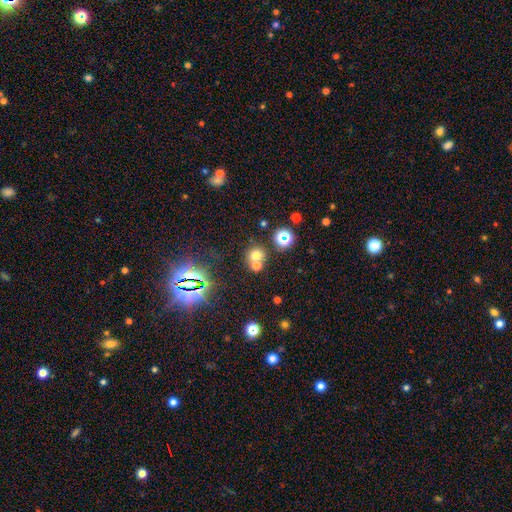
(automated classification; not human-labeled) smooth 61%, star or artifact 27%, featured or disk 12%. Down the decision tree: how rounded — round (85%); merging — none (52%).